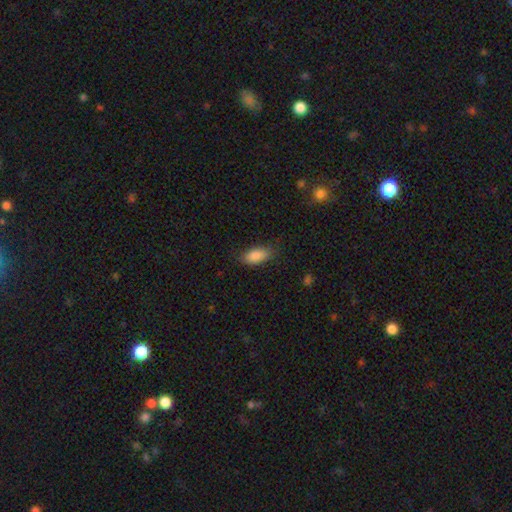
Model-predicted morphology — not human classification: smooth-or-featured: smooth: 88% | star or artifact: 7% | featured or disk: 5%
  how-rounded: in between: 89% | cigar-shaped: 8% | round: 3%
  merging: none: 77% | minor disturbance: 18% | major disturbance: 4% | merger: 1%